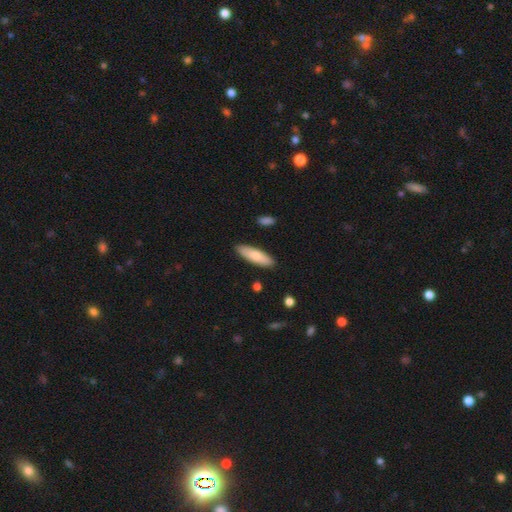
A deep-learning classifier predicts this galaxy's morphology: A smooth galaxy with no disk features (78%) that is cigar-shaped (51%).

Vote fractions:
- Smooth or featured? smooth: 78% / featured or disk: 17% / star or artifact: 6%
- How rounded? cigar-shaped: 51% / in between: 47% / round: 2%
- Merging? none: 87% / minor disturbance: 9% / major disturbance: 2% / merger: 2%